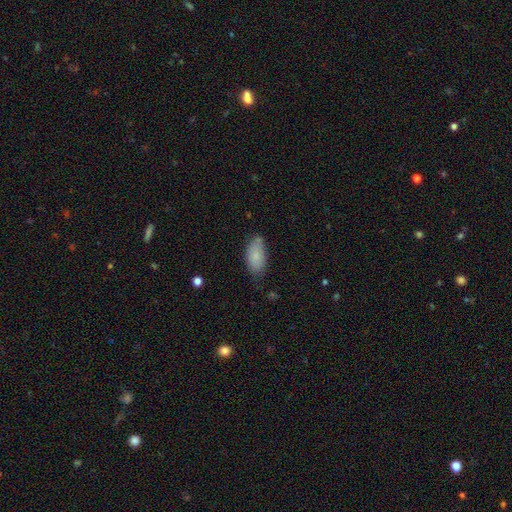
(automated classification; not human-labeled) A smooth galaxy with no disk features (82%) that is in between round and cigar-shaped (92%).

Vote fractions:
- Smooth or featured? smooth: 82% / featured or disk: 11% / star or artifact: 7%
- How rounded? in between: 92% / cigar-shaped: 6% / round: 3%
- Merging? none: 64% / minor disturbance: 27% / major disturbance: 5% / merger: 3%